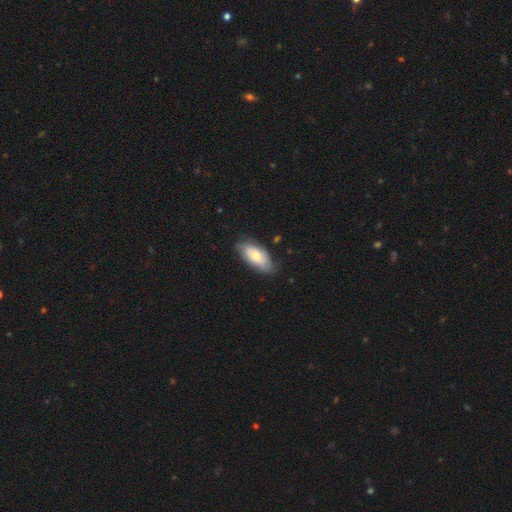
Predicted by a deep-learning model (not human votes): smooth 62%, featured or disk 32%, star or artifact 6%. Down the decision tree: how rounded — in between (88%); merging — none (72%).